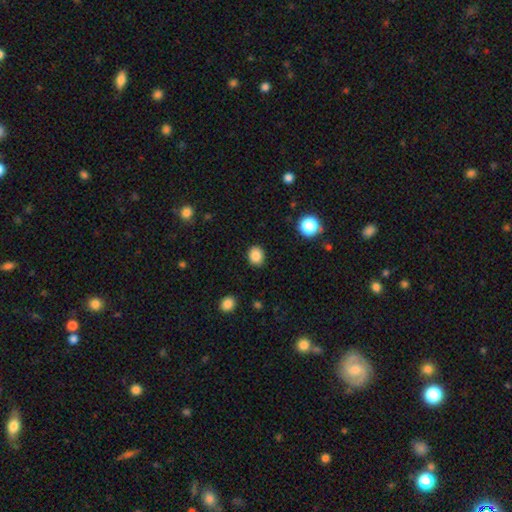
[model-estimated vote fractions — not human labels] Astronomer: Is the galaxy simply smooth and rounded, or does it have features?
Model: smooth — 87%.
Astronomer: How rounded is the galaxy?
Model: round — 66%.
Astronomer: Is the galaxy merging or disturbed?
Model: none — 89%.